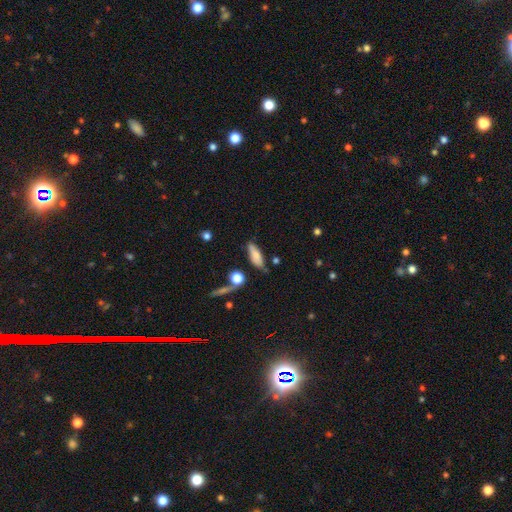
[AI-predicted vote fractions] Overall: smooth (77%). How rounded: in between (58%; cigar-shaped 38%). Merging: none (65%).